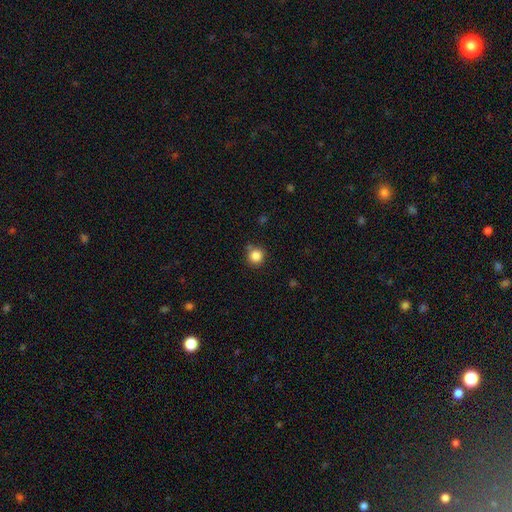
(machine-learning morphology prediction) Q: Smooth or featured?
A: smooth (85%); runner-up: star or artifact (11%)
Q: How rounded?
A: round (93%); runner-up: in between (6%)
Q: Merging?
A: none (78%); runner-up: minor disturbance (13%)